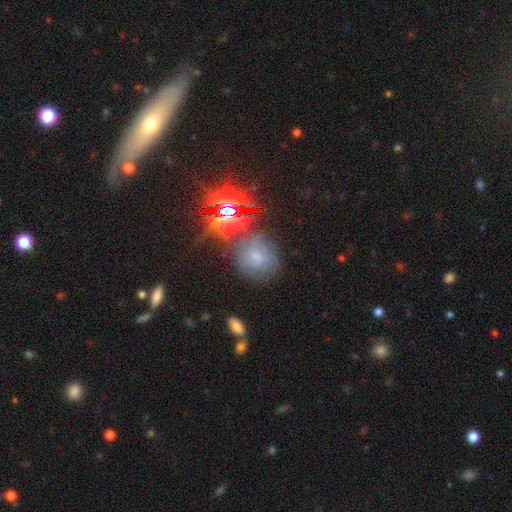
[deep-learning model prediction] smooth-or-featured: smooth: 36% | star or artifact: 35% | featured or disk: 29%
  merging: none: 65% | minor disturbance: 19% | major disturbance: 10% | merger: 7%